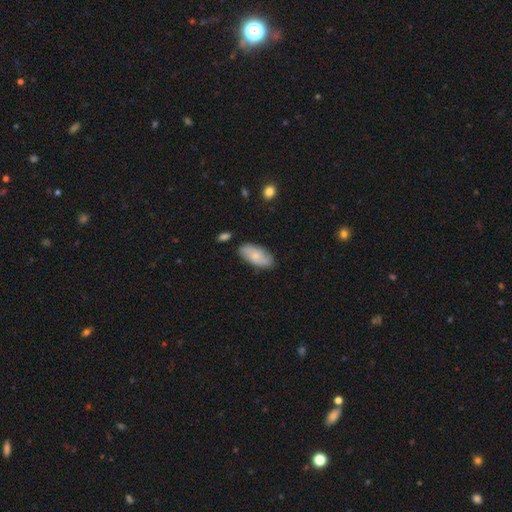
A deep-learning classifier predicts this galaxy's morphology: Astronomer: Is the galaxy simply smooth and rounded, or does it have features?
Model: smooth — 72%.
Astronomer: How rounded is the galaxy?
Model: in between — 91%.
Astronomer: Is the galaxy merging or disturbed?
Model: none — 81%.